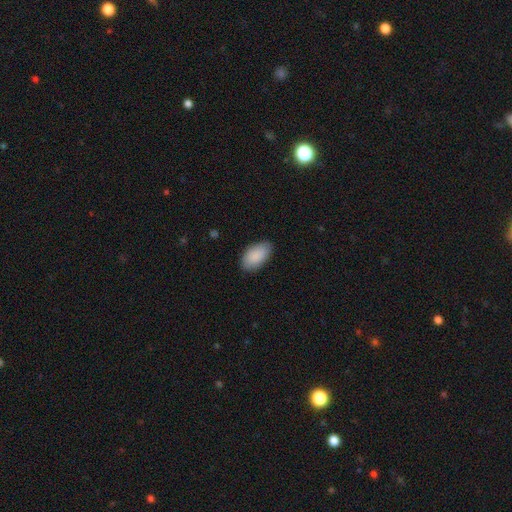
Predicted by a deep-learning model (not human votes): A smooth galaxy with no disk features (90%) that is in between round and cigar-shaped (95%).

Vote fractions:
- Smooth or featured? smooth: 90% / star or artifact: 6% / featured or disk: 4%
- How rounded? in between: 95% / round: 3% / cigar-shaped: 2%
- Merging? none: 86% / minor disturbance: 11% / major disturbance: 2% / merger: 1%